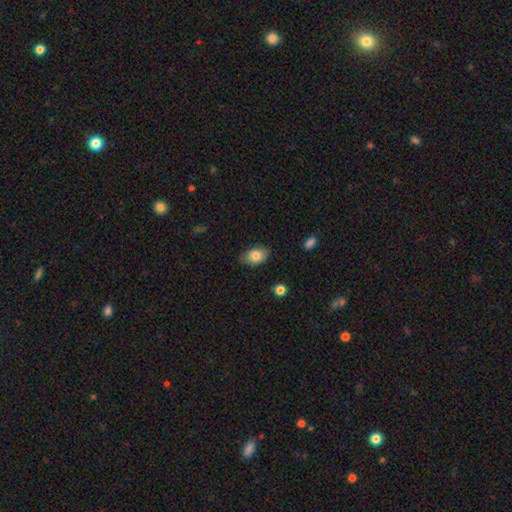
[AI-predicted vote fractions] A smooth galaxy with no disk features (83%) that is in between round and cigar-shaped (84%). Merging: none (79%).